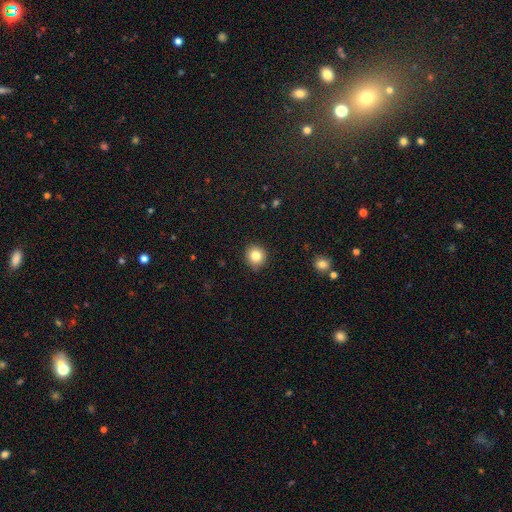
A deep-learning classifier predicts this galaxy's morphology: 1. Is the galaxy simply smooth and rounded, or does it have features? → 83% smooth, 10% star or artifact, 7% featured or disk.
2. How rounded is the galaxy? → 88% round, 11% in between, 1% cigar-shaped.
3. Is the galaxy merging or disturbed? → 89% none, 8% minor disturbance, 2% major disturbance, 1% merger.